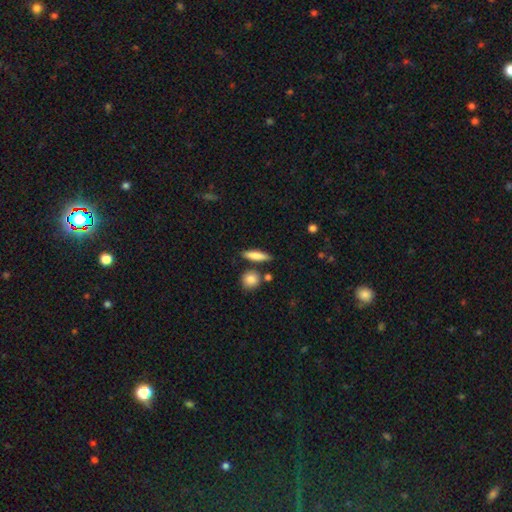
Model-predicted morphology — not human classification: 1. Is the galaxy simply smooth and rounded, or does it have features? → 79% smooth, 15% featured or disk, 6% star or artifact.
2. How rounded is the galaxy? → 69% cigar-shaped, 26% in between, 5% round.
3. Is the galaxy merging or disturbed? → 80% none, 11% minor disturbance, 6% merger, 3% major disturbance.